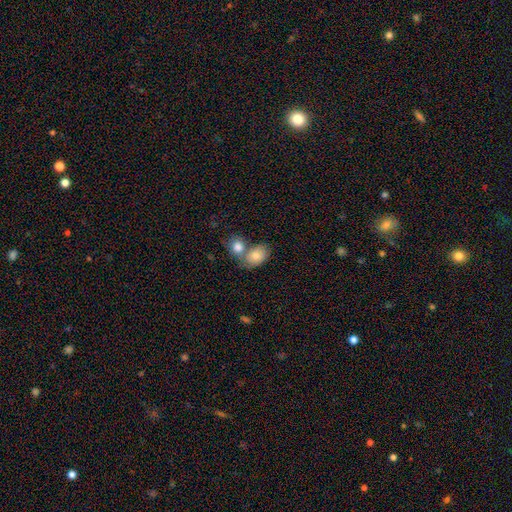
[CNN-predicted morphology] Overall: smooth (78%). How rounded: in between (67%; round 32%). Merging: merger (48%; none 39%).